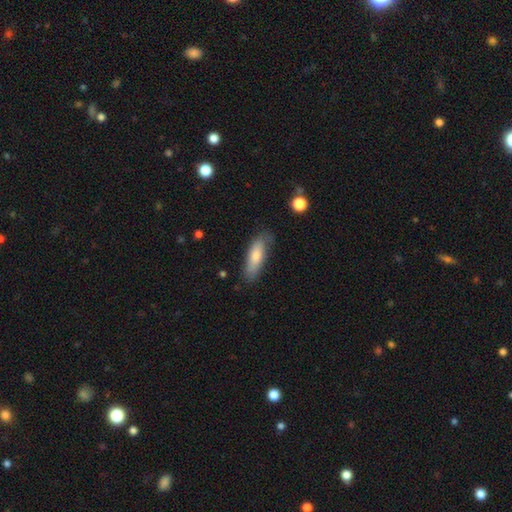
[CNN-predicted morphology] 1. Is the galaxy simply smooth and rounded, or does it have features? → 72% smooth, 22% featured or disk, 7% star or artifact.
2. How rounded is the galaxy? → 49% cigar-shaped (tied), 49% in between (tied), 2% round.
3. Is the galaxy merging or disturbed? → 76% none, 18% minor disturbance, 4% major disturbance, 2% merger.